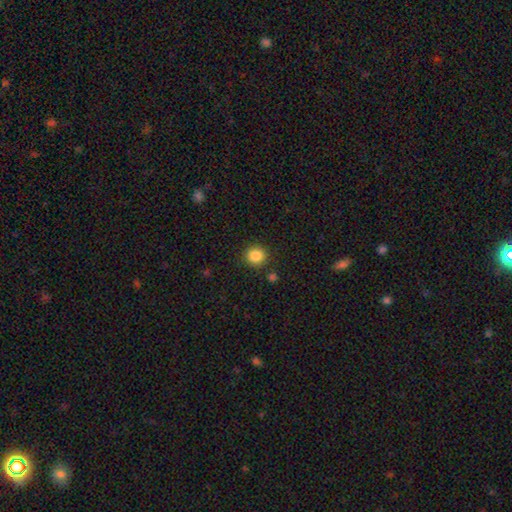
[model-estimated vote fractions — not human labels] Morphology: type=smooth (86%); roundness=round (88%); merging=none (88%).